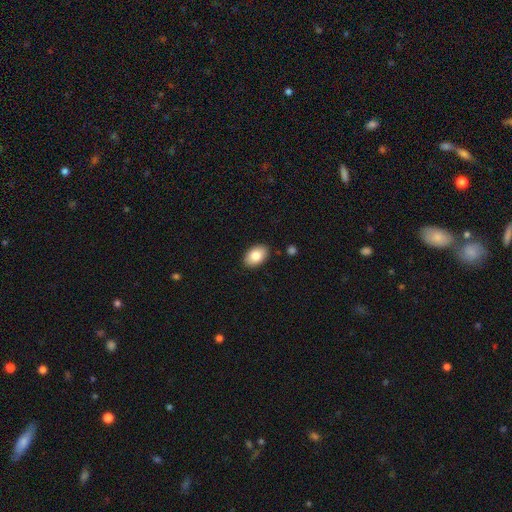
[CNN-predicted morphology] Q: Smooth or featured?
A: smooth (83%); runner-up: featured or disk (10%)
Q: How rounded?
A: in between (91%); runner-up: round (8%)
Q: Merging?
A: none (88%); runner-up: minor disturbance (8%)